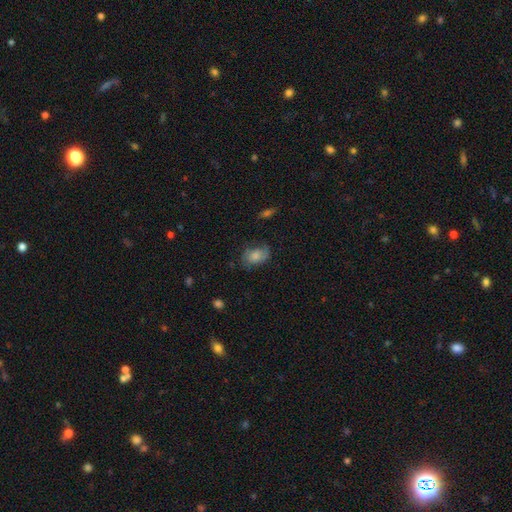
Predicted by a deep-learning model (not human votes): Smooth or featured?
  - smooth: 64% *
  - featured or disk: 27%
  - star or artifact: 9%
How rounded?
  - in between: 83% *
  - round: 16%
  - cigar-shaped: 2%
Merging?
  - none: 56% *
  - minor disturbance: 28%
  - major disturbance: 14%
  - merger: 2%